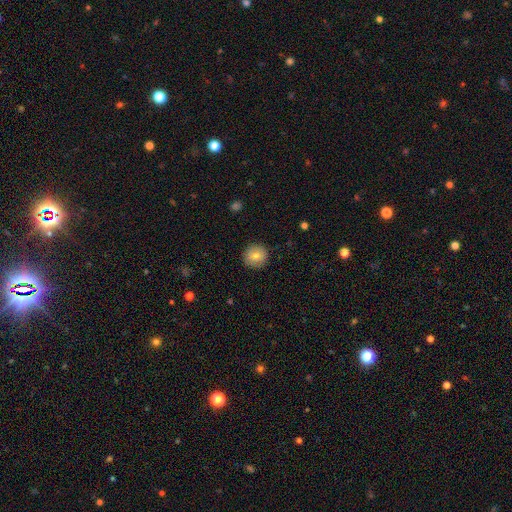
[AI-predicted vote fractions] This is likely a smooth galaxy (78%). How rounded: clearly round (93%). Merging: clearly none (90%).